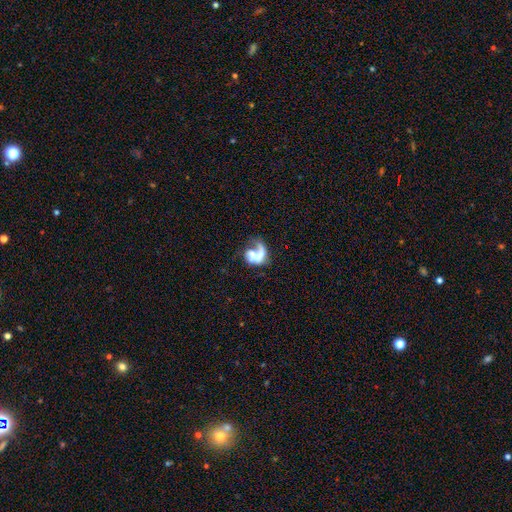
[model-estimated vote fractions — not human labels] smooth-or-featured: featured or disk: 64% | smooth: 28% | star or artifact: 8%
  disk-edge-on: no: 97% | yes: 3%
    bar: no: 74% | weak: 19% | strong: 6%
    has-spiral-arms: yes: 73% | no: 27%
    bulge-size: moderate: 32% | none: 25% | small: 25% | large: 13% | dominant: 5%
  merging: major disturbance: 35% | none: 29% | merger: 23% | minor disturbance: 13%